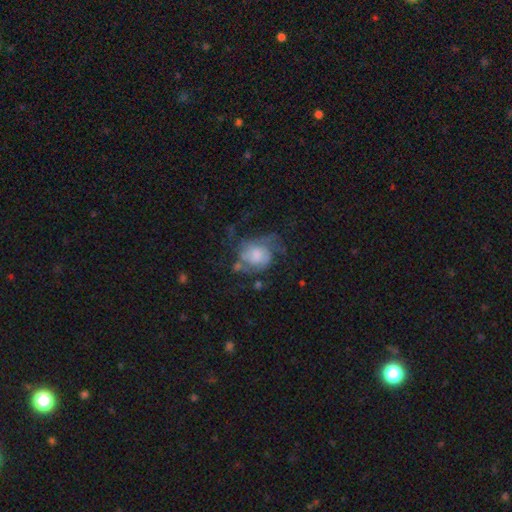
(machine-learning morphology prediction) featured or disk 59%, smooth 32%, star or artifact 9%. Down the decision tree: edge-on disk — no (97%); bar — no (71%); spiral arms — yes (68%); bulge size — moderate (38%); merging — major disturbance (38%).